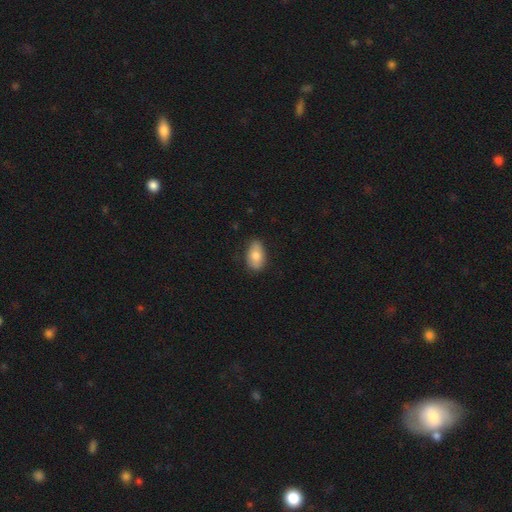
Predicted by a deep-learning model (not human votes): This is likely a smooth galaxy (78%). How rounded: clearly in between (91%). Merging: likely none (79%).